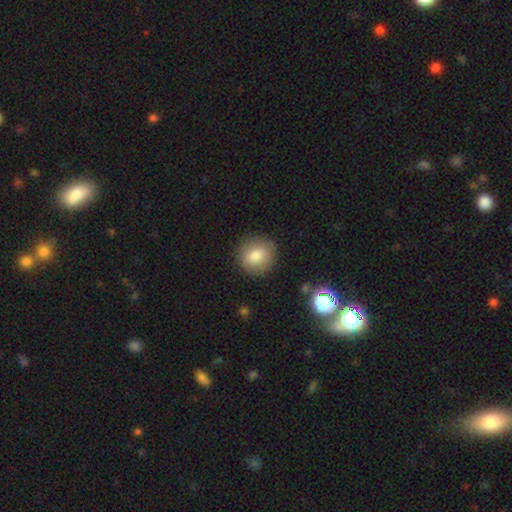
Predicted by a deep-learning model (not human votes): This is clearly a smooth galaxy (82%). How rounded: clearly round (86%). Merging: clearly none (88%).